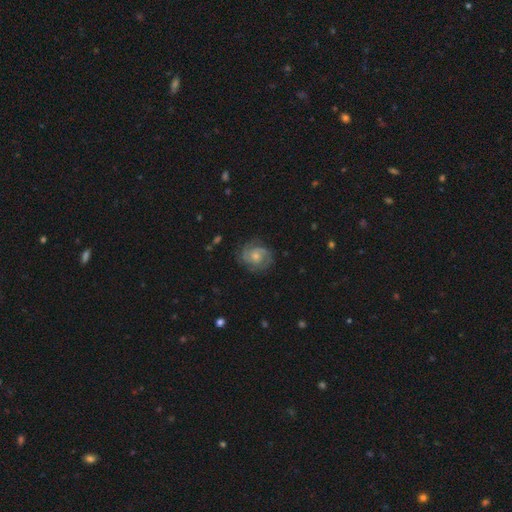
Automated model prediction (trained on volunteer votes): smooth-or-featured: featured or disk: 79% | smooth: 15% | star or artifact: 6%
  disk-edge-on: no: 98% | yes: 2%
    bar: no: 69% | weak: 28% | strong: 4%
    has-spiral-arms: yes: 95% | no: 5%
      spiral-winding: tight: 50% | medium: 40% | loose: 10%
      spiral-arm-count: 2: 62% | 3: 15% | can't tell: 14% | 1: 3% | 4: 3% | more than 4: 3%
    bulge-size: moderate: 47% | small: 45% | none: 4% | large: 3% | dominant: 1%
  merging: none: 77% | minor disturbance: 16% | major disturbance: 6% | merger: 1%